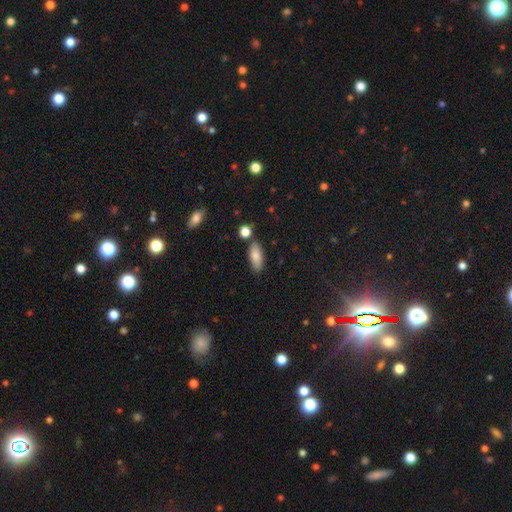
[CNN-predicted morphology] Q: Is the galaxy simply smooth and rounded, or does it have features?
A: smooth — 84%.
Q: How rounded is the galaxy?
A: in between — 81%.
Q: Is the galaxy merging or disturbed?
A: none — 78%.